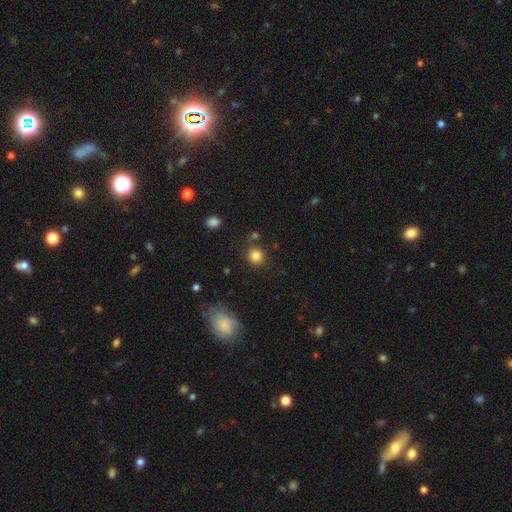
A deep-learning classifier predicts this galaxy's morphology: smooth_or_featured: smooth (p=0.83) [alt: star or artifact p=0.12]
how_rounded: round (p=0.87) [alt: in between p=0.12]
merging: none (p=0.81) [alt: minor disturbance p=0.09]